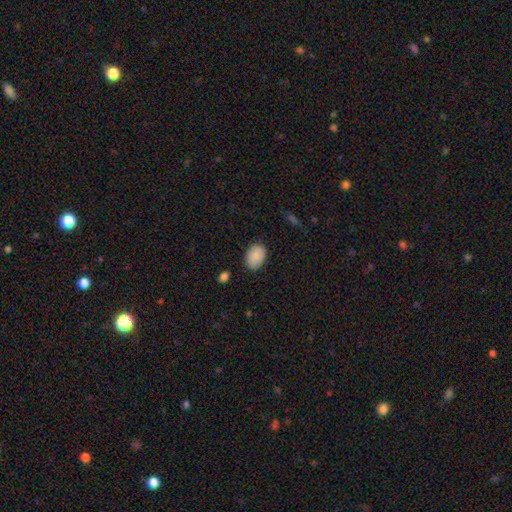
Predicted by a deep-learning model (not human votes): smooth-or-featured: smooth: 88% | star or artifact: 7% | featured or disk: 5%
  how-rounded: in between: 82% | round: 17% | cigar-shaped: 1%
  merging: none: 82% | minor disturbance: 13% | major disturbance: 3% | merger: 1%